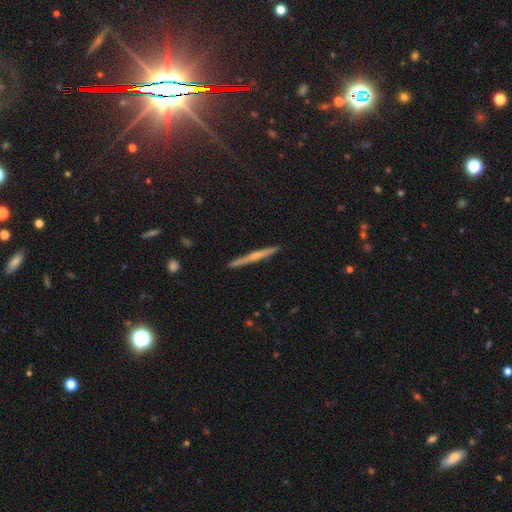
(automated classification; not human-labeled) A featured or disk galaxy (46%).

Vote fractions:
- Smooth or featured? featured or disk: 46% / star or artifact: 32% / smooth: 22%
- Merging? none: 81% / minor disturbance: 11% / major disturbance: 4% / merger: 4%